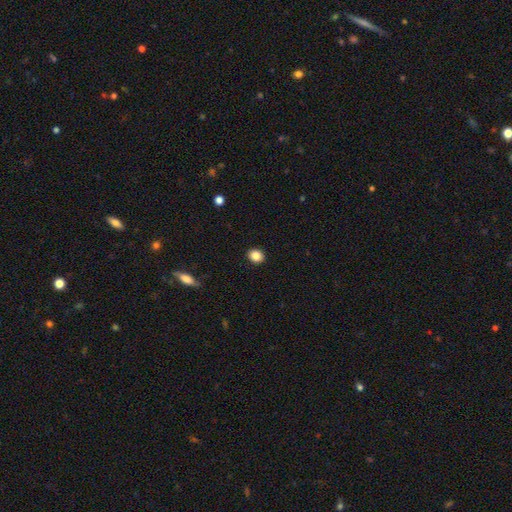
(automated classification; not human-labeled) smooth 86%, star or artifact 10%, featured or disk 4%. Down the decision tree: how rounded — round (67%); merging — none (91%).